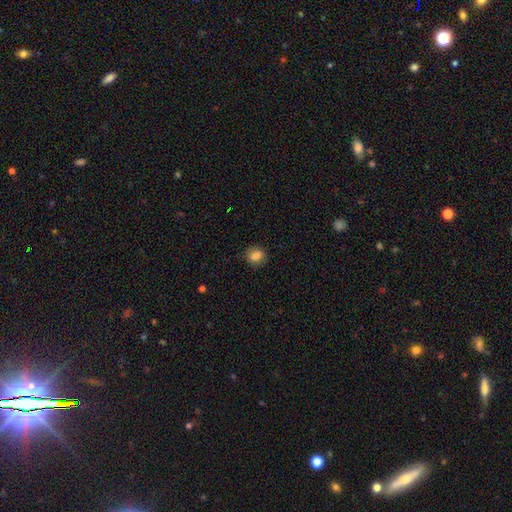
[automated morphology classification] Smooth or featured?
  - smooth: 84% *
  - star or artifact: 10%
  - featured or disk: 6%
How rounded?
  - in between: 51% *
  - round: 47%
  - cigar-shaped: 2%
Merging?
  - none: 82% *
  - minor disturbance: 14%
  - major disturbance: 4%
  - merger: 1%